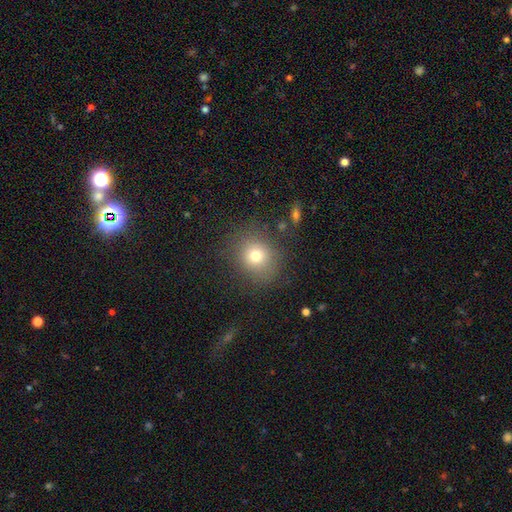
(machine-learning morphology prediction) Overall: smooth (73%). How rounded: round (81%). Merging: none (82%).